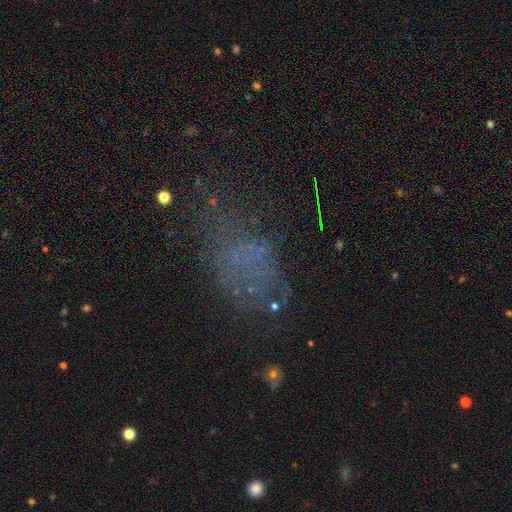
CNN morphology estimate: Q: Smooth or featured?
A: featured or disk (35%); runner-up: smooth (33%)
Q: Merging?
A: none (46%); runner-up: major disturbance (30%)